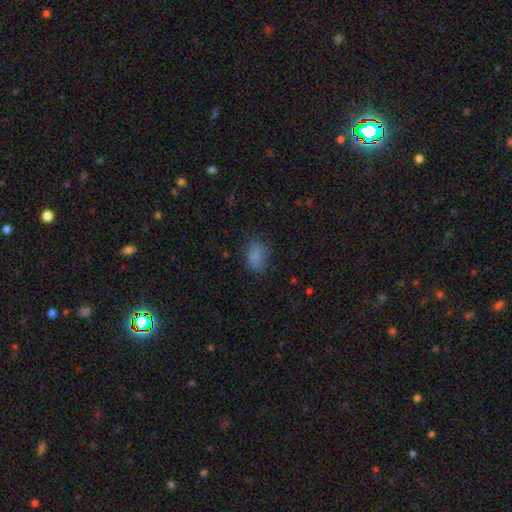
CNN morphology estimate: This is clearly a smooth galaxy (81%). How rounded: clearly in between (83%). Merging: likely none (69%).